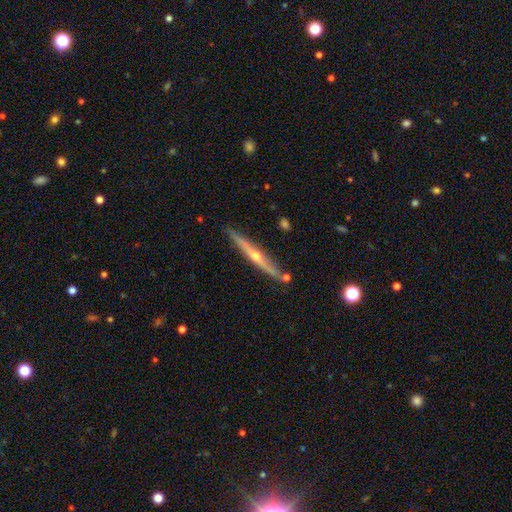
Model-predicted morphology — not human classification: A featured or disk galaxy (78%) viewed edge-on (97%) with a rounded central bulge (88%). Merging: none (85%).